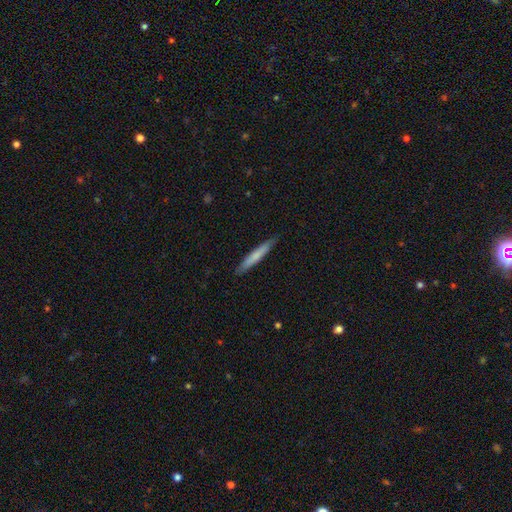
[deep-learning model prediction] Smooth or featured? Predicted: smooth (p=0.68). How rounded? Predicted: cigar-shaped (p=0.95). Merging? Predicted: none (p=0.88).